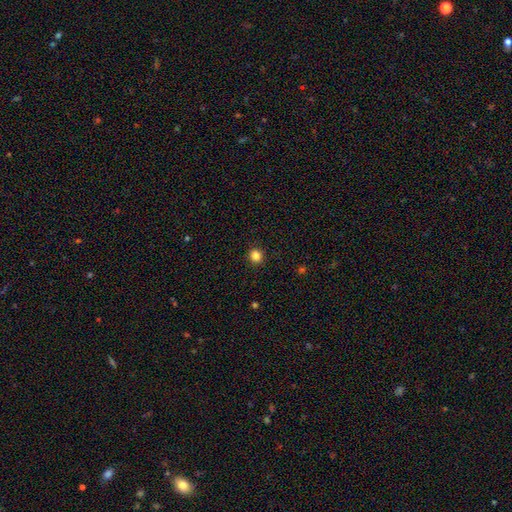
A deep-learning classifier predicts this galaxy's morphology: Smooth or featured?
  - smooth: 84% *
  - star or artifact: 12%
  - featured or disk: 4%
How rounded?
  - round: 87% *
  - in between: 12%
  - cigar-shaped: 1%
Merging?
  - none: 92% *
  - minor disturbance: 5%
  - major disturbance: 2%
  - merger: 1%